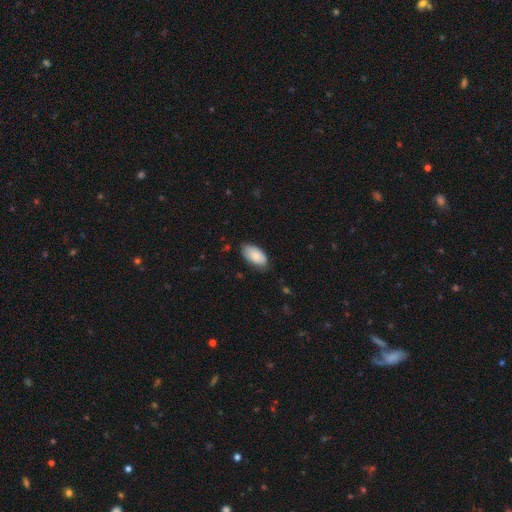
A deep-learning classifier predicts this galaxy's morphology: Q: Smooth or featured?
A: smooth (84%); runner-up: featured or disk (10%)
Q: How rounded?
A: in between (95%); runner-up: round (3%)
Q: Merging?
A: none (77%); runner-up: minor disturbance (19%)